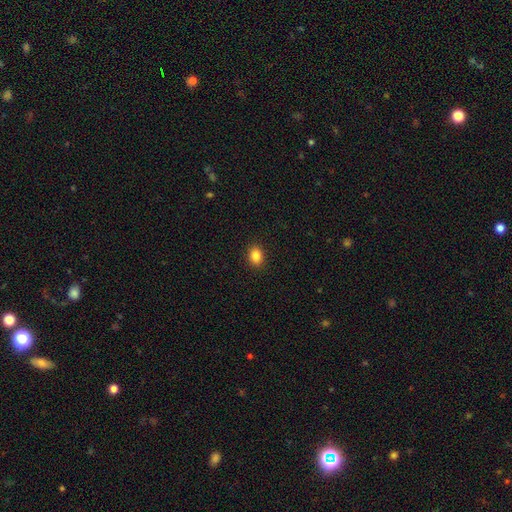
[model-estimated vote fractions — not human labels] This appears to be a smooth galaxy with no disk features (86%) that is in between round and cigar-shaped (62%). Merging: none (91%).